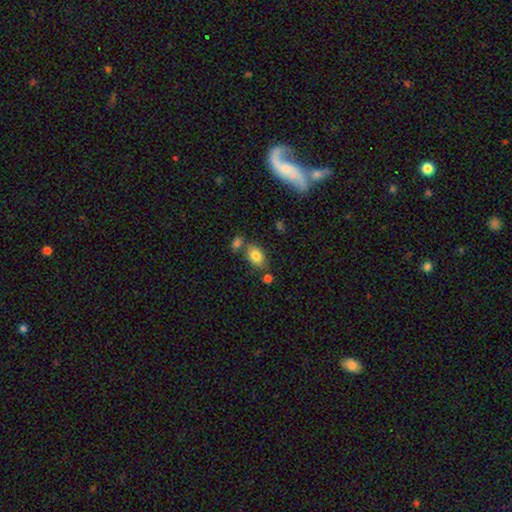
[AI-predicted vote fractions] The model was most divided on "merging": none: 63%, merger: 18%, minor disturbance: 15%, major disturbance: 4%. More confident: how rounded — in between (87%); smooth or featured — smooth (82%).